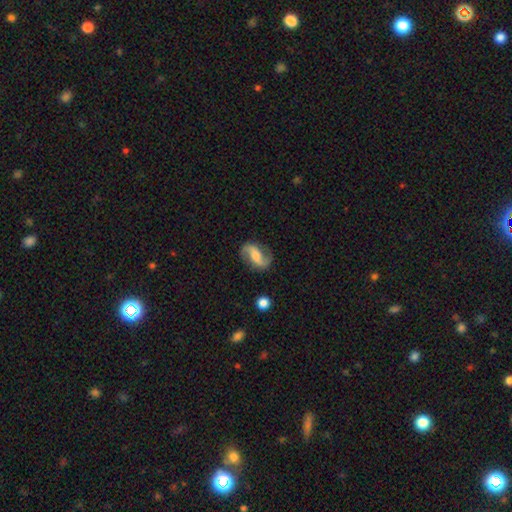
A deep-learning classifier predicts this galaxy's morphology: Smooth or featured?
  - featured or disk: 84% *
  - smooth: 10%
  - star or artifact: 5%
Edge-on disk?
  - no: 97% *
  - yes: 3%
Bar?
  - weak: 40% *
  - no: 30%
  - strong: 30%
Spiral arms?
  - yes: 96% *
  - no: 4%
Spiral winding?
  - loose: 58% *
  - medium: 33%
  - tight: 10%
Spiral arm count?
  - 2: 93% *
  - can't tell: 2%
  - 1: 2%
  - 3: 1%
  - 4: 1%
  - more than 4: 1%
Bulge size?
  - moderate: 49% *
  - small: 31%
  - large: 9%
  - none: 9%
  - dominant: 2%
Merging?
  - none: 82% *
  - minor disturbance: 12%
  - major disturbance: 4%
  - merger: 2%